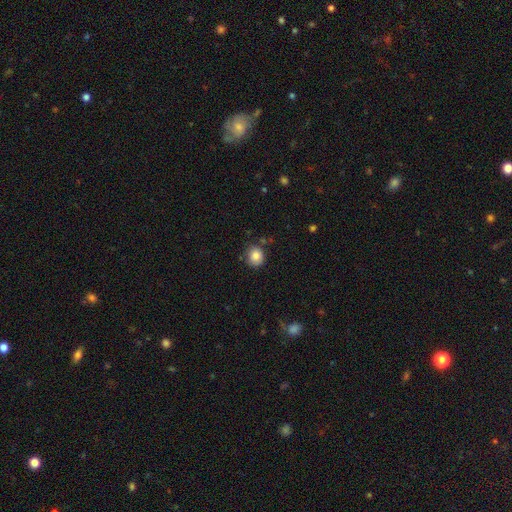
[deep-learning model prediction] Smooth or featured? smooth (85%)
How rounded? round (79%)
Merging? none (79%)